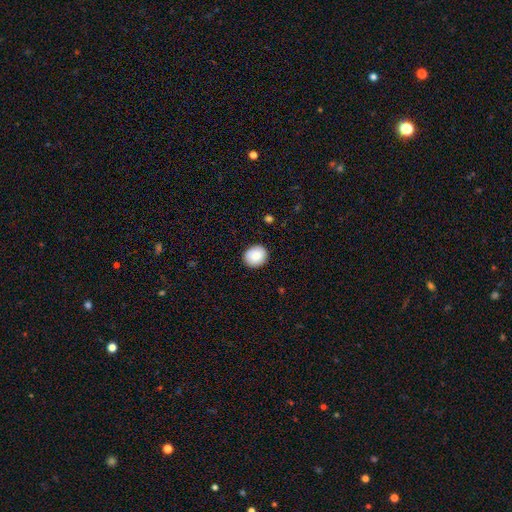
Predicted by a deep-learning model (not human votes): A smooth galaxy with no disk features (86%) that is round (78%).

Vote fractions:
- Smooth or featured? smooth: 86% / star or artifact: 7% / featured or disk: 7%
- How rounded? round: 78% / in between: 21% / cigar-shaped: 1%
- Merging? none: 90% / minor disturbance: 7% / major disturbance: 2% / merger: 1%